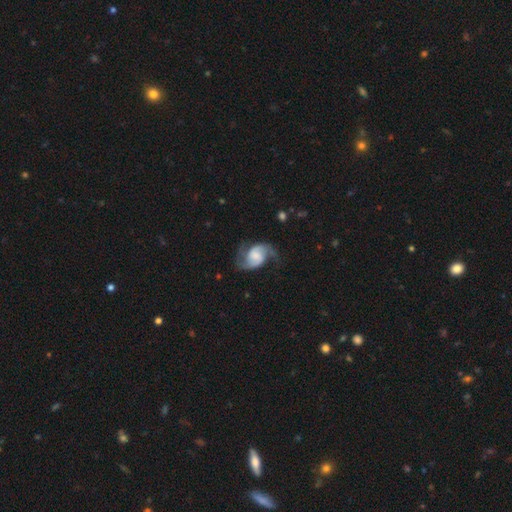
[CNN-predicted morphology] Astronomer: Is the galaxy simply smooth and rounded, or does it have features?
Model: featured or disk — 84%.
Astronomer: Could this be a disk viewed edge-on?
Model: no — 98%.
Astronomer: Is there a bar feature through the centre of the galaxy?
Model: no — 48% (runner-up: weak, 41%).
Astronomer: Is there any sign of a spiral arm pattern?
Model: yes — 97%.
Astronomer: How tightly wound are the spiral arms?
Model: medium — 46% (runner-up: loose, 39%).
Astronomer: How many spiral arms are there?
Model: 2 — 91%.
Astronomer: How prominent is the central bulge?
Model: none — 26% (runner-up: small, 25%).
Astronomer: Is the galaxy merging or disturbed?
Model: none — 66%.